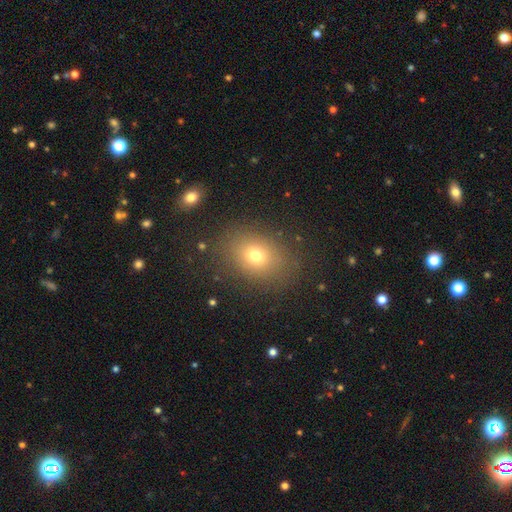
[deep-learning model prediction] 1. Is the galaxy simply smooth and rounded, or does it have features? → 72% smooth, 16% star or artifact, 12% featured or disk.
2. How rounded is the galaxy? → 61% in between, 38% round, 1% cigar-shaped.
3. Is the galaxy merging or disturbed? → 83% none, 11% minor disturbance, 5% major disturbance, 2% merger.